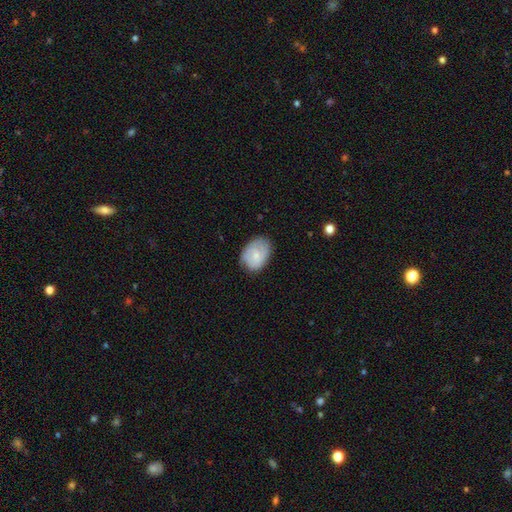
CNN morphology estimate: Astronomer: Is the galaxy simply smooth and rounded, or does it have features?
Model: smooth — 56% (runner-up: featured or disk, 38%).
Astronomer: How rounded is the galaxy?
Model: in between — 72%.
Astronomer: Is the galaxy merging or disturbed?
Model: none — 71%.